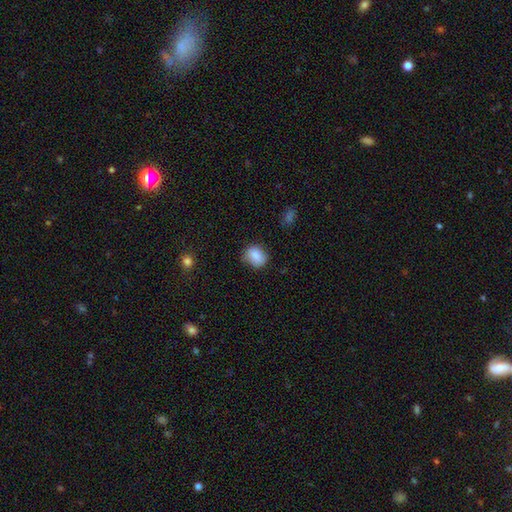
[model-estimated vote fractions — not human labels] This is clearly a smooth galaxy (85%). How rounded: possibly round (51%). Merging: likely none (72%).